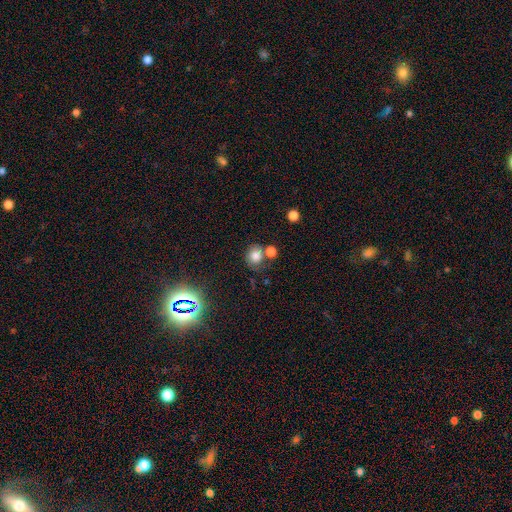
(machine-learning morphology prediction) type=smooth (78%); roundness=round (75%); merging=none (58%).